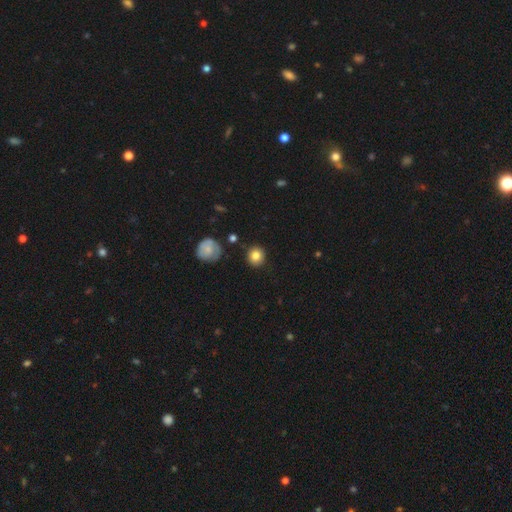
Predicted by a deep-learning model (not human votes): Smooth or featured: smooth — 82% (star or artifact — 9%)
How rounded: round — 89% (in between — 10%)
Merging: none — 85% (minor disturbance — 10%)